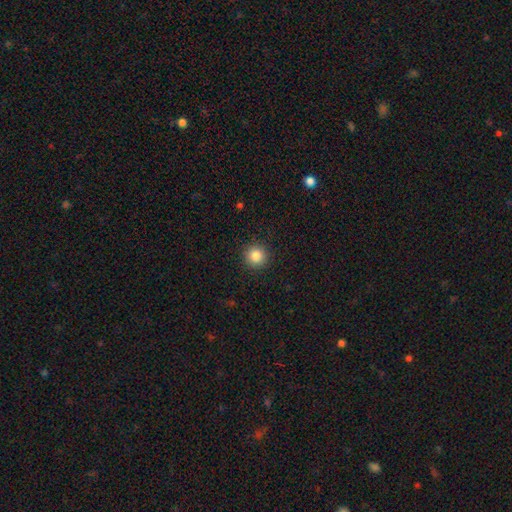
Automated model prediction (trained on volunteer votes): This is clearly a smooth galaxy (86%). How rounded: clearly round (95%). Merging: clearly none (92%).